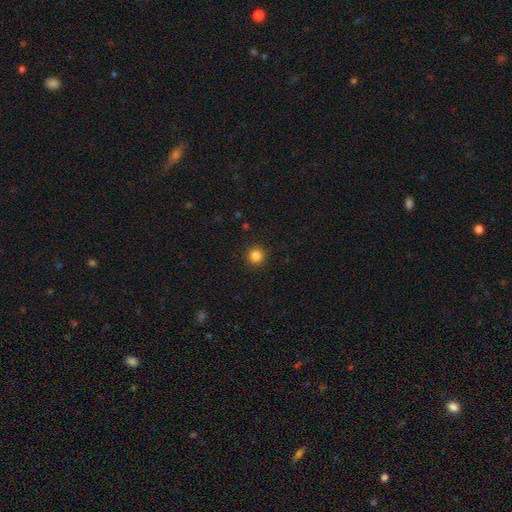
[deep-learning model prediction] Smooth or featured: smooth — 85% (star or artifact — 12%)
How rounded: round — 95% (in between — 4%)
Merging: none — 92% (minor disturbance — 5%)